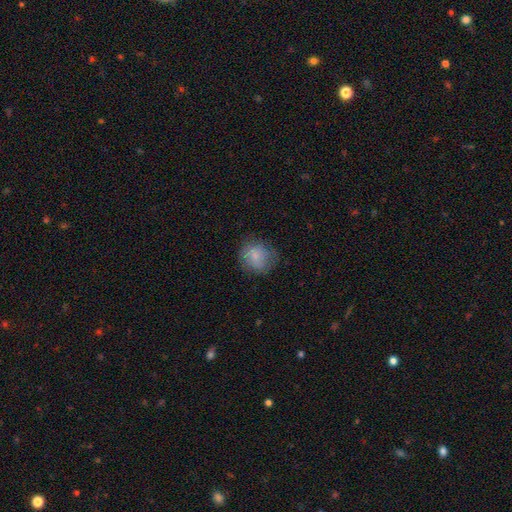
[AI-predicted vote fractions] Smooth or featured? smooth (76%)
How rounded? round (81%)
Merging? none (68%)